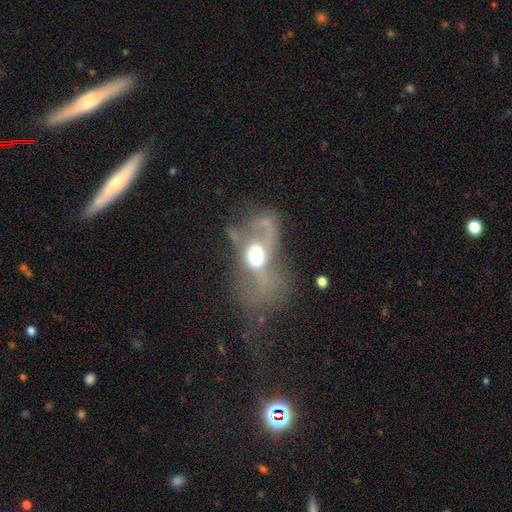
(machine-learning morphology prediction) A featured or disk galaxy (57%) with no bar (68%), no spiral arms (50%, tied with yes) and a moderate central bulge (43%). Merging: major disturbance (52%).